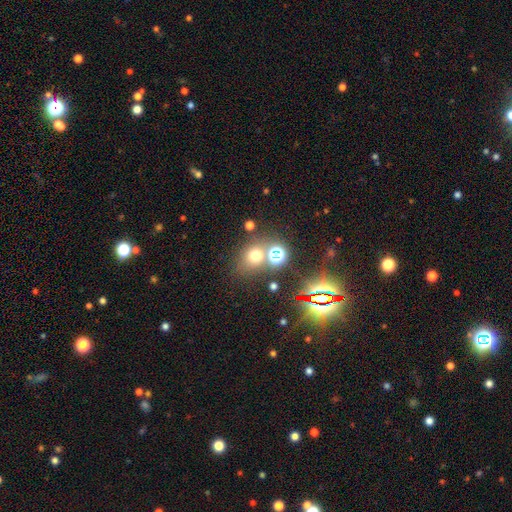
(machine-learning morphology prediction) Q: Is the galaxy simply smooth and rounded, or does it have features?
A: smooth — 61%.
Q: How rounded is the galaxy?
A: round — 70%.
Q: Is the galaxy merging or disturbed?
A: none — 62%.